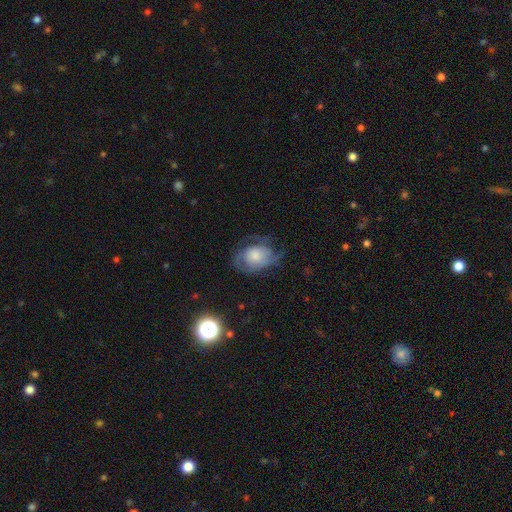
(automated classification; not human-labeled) smooth_or_featured: featured or disk (p=0.58) [alt: smooth p=0.34]
disk_edge_on: no (p=0.96) [alt: yes p=0.04]
bar: no (p=0.80) [alt: weak p=0.17]
has_spiral_arms: yes (p=0.79) [alt: no p=0.21]
bulge_size: moderate (p=0.34) [alt: large p=0.32]
merging: none (p=0.46) [alt: major disturbance p=0.26]